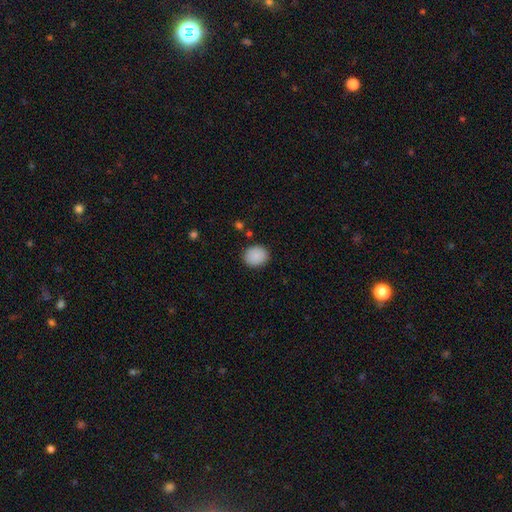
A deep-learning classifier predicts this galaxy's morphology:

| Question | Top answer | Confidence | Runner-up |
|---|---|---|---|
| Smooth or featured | smooth | 89% | star or artifact (8%) |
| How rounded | round | 65% | in between (34%) |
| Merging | none | 88% | minor disturbance (9%) |